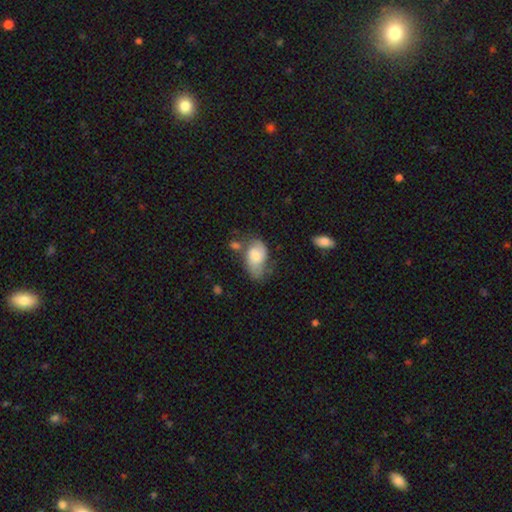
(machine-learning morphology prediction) A smooth galaxy with no disk features (61%) that is in between round and cigar-shaped (89%).

Vote fractions:
- Smooth or featured? smooth: 61% / featured or disk: 32% / star or artifact: 7%
- How rounded? in between: 89% / round: 9% / cigar-shaped: 2%
- Merging? minor disturbance: 33% (tied) / none: 33% (tied) / major disturbance: 20% / merger: 13%